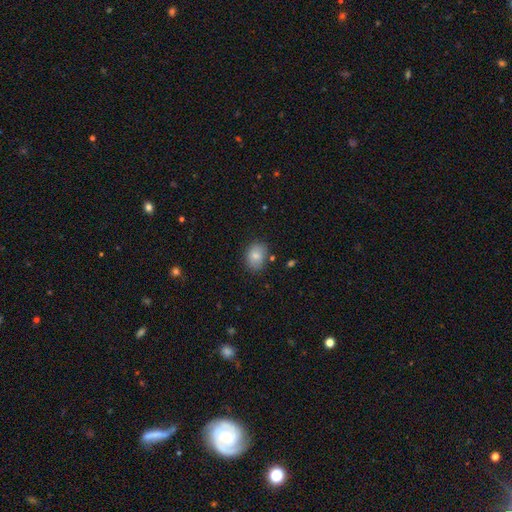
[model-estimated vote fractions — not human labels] The model was most divided on "how rounded": in between: 66%, round: 33%, cigar-shaped: 1%. More confident: smooth or featured — smooth (82%); merging — none (78%).